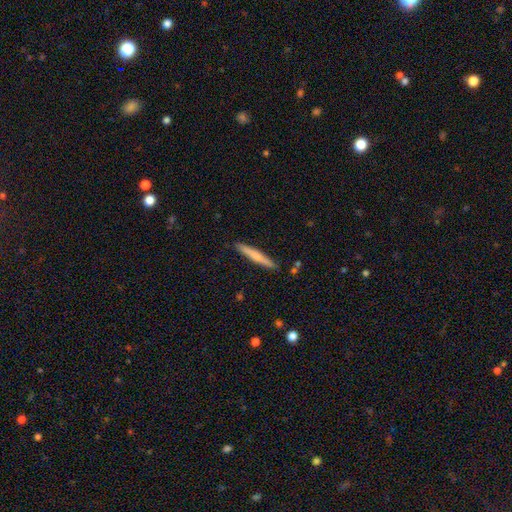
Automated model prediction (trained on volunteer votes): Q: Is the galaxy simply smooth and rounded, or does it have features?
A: smooth — 59%.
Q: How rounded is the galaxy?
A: cigar-shaped — 96%.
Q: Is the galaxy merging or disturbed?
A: none — 89%.